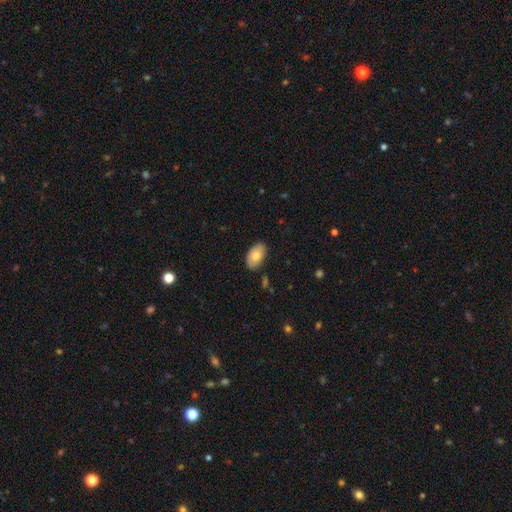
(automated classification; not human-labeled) The model was most divided on "smooth or featured": smooth: 72%, featured or disk: 21%, star or artifact: 6%. More confident: how rounded — in between (94%); merging — none (80%).